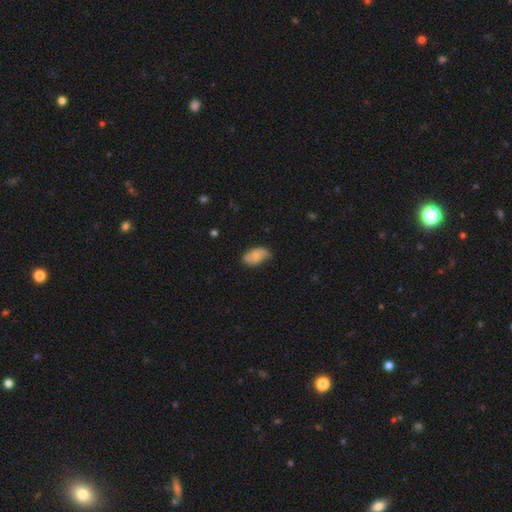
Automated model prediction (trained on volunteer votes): Overall: smooth (65%; featured or disk 27%). How rounded: in between (93%). Merging: none (66%; minor disturbance 27%).